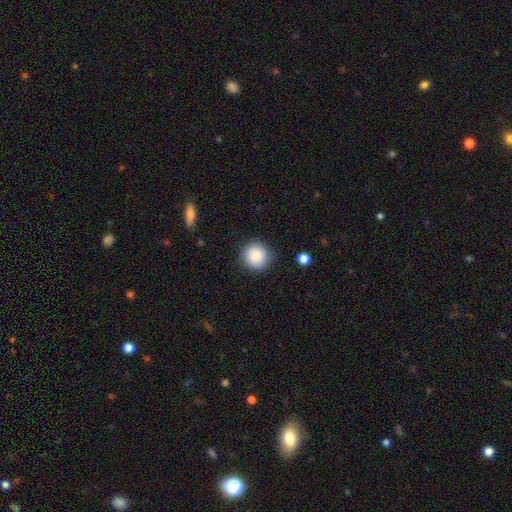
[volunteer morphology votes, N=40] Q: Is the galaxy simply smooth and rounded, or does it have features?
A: smooth — 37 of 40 (92%).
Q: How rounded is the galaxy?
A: round — 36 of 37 (97%).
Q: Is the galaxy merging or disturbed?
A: none — 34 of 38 (89%).